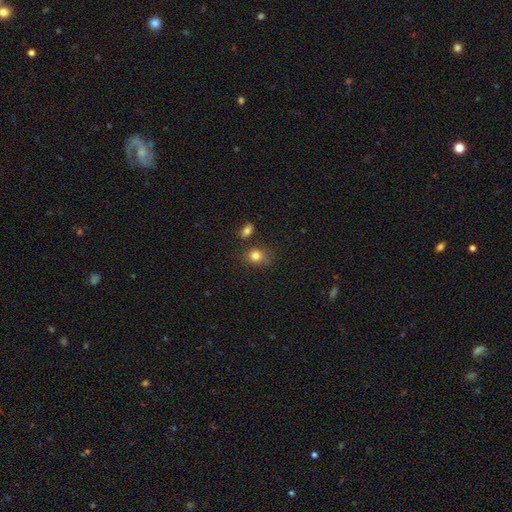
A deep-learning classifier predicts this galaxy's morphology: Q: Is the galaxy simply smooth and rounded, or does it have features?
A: smooth — 82%.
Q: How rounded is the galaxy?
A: round — 59%.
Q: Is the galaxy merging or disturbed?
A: none — 64%.